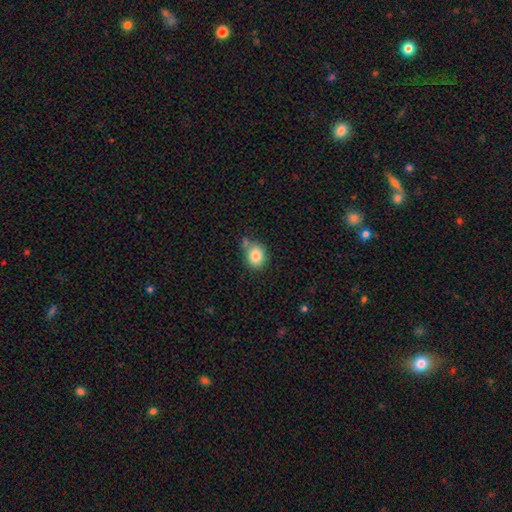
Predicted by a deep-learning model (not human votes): A smooth galaxy with no disk features (83%) that is round (60%). Merging: none (63%).